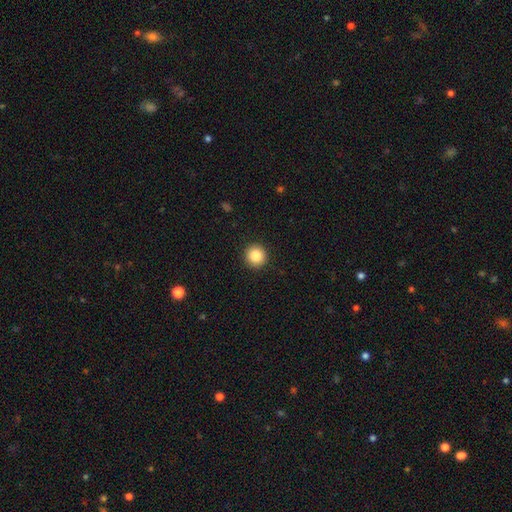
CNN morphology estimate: This appears to be a smooth galaxy with no disk features (88%) that is round (95%). Merging: none (93%).